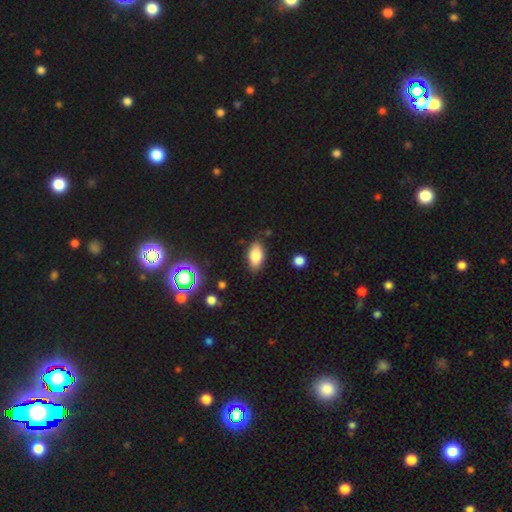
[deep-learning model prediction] Morphology: type=smooth (82%); roundness=in between (90%); merging=none (84%).